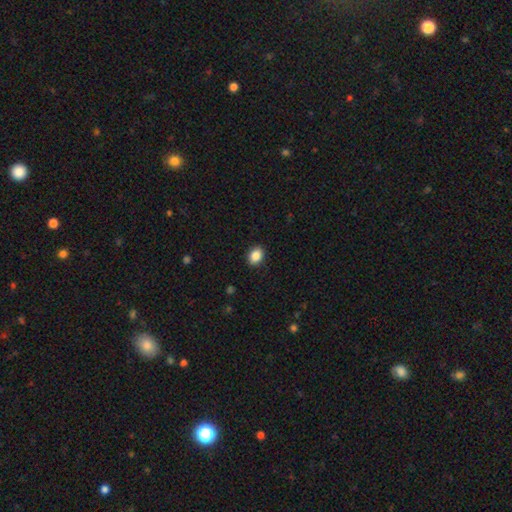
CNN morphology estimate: Smooth or featured? smooth (88%)
How rounded? in between (64%)
Merging? none (90%)